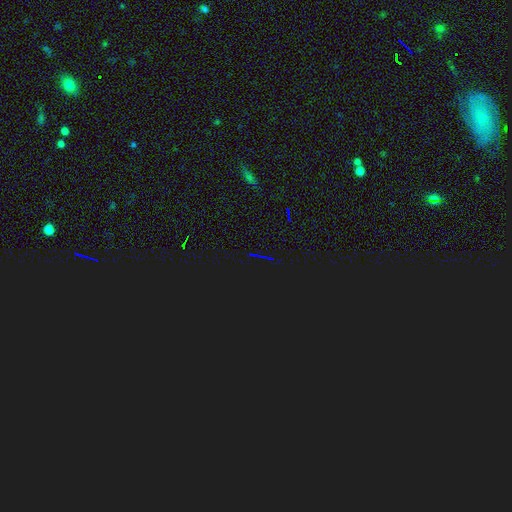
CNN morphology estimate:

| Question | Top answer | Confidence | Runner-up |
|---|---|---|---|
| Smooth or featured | star or artifact | 83% | smooth (9%) |